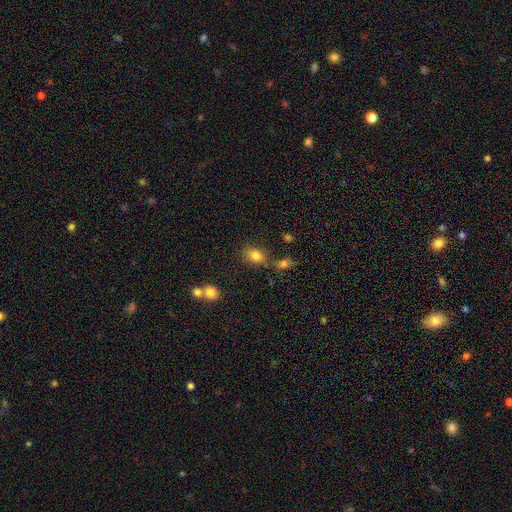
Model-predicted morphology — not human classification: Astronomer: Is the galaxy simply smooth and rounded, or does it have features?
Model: smooth — 81%.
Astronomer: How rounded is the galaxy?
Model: in between — 73%.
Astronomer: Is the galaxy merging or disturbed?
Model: none — 64%.